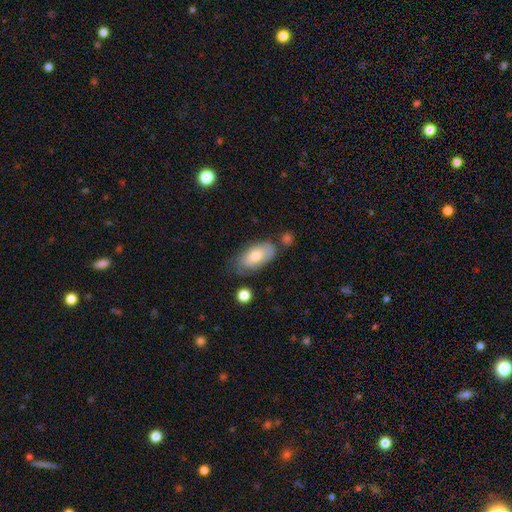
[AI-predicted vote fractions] The model was most divided on "merging": none: 65%, minor disturbance: 23%, merger: 6%, major disturbance: 6%. More confident: how rounded — in between (91%); smooth or featured — smooth (68%).